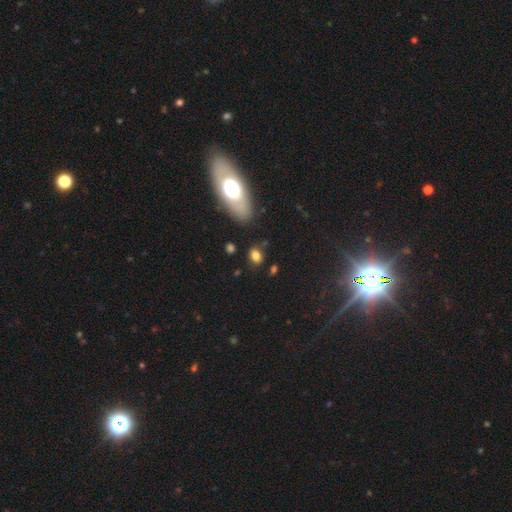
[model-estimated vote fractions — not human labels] Smooth or featured? smooth (77%)
How rounded? in between (69%)
Merging? none (75%)